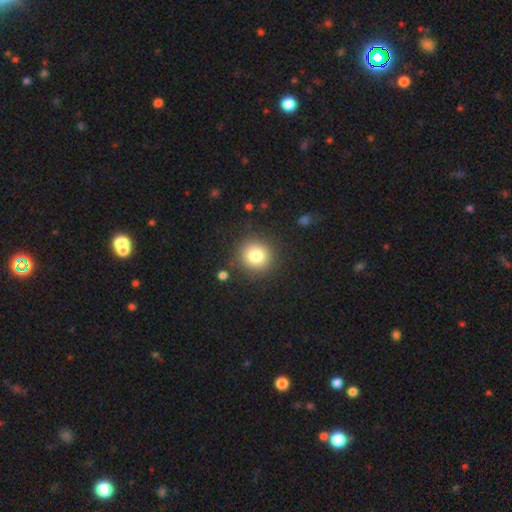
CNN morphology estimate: Smooth or featured?
  - smooth: 80% *
  - star or artifact: 11%
  - featured or disk: 8%
How rounded?
  - round: 91% *
  - in between: 8%
  - cigar-shaped: 1%
Merging?
  - none: 88% *
  - minor disturbance: 7%
  - major disturbance: 3%
  - merger: 2%